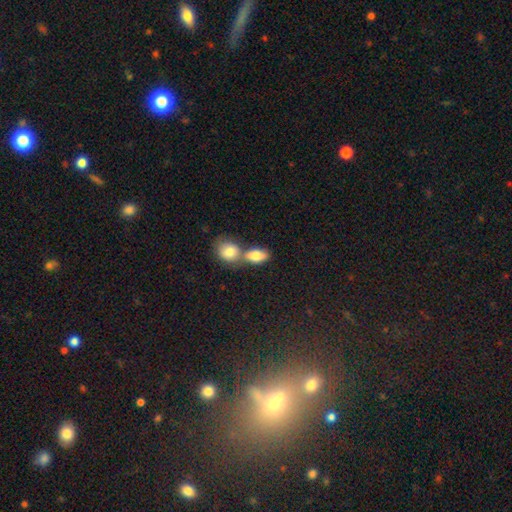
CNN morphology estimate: The model was most divided on "merging": merger: 56%, none: 32%, minor disturbance: 9%, major disturbance: 3%. More confident: smooth or featured — smooth (83%); how rounded — in between (81%).